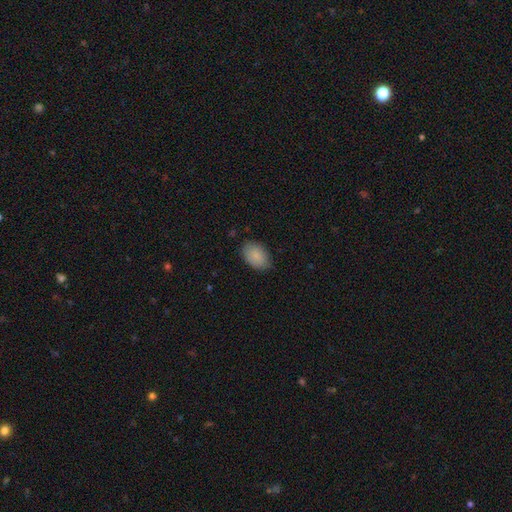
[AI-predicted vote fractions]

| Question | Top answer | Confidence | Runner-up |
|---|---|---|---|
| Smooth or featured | smooth | 87% | featured or disk (7%) |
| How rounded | in between | 90% | round (9%) |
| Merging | none | 78% | minor disturbance (17%) |